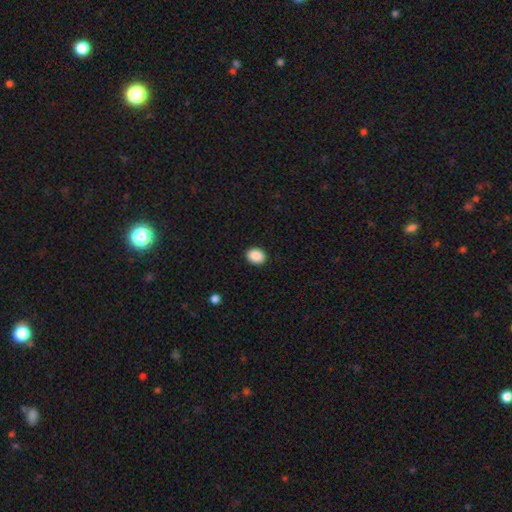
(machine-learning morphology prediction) Overall: smooth (90%). How rounded: in between (59%; round 40%). Merging: none (91%).